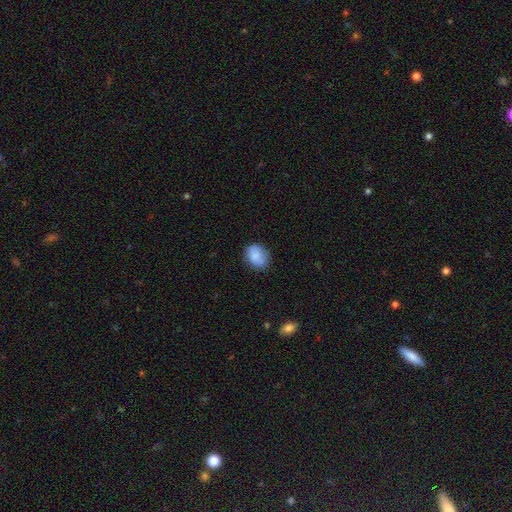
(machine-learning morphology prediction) Smooth or featured?
  - smooth: 80% *
  - featured or disk: 12%
  - star or artifact: 8%
How rounded?
  - round: 53% *
  - in between: 46%
  - cigar-shaped: 1%
Merging?
  - none: 71% *
  - minor disturbance: 22%
  - major disturbance: 5%
  - merger: 2%